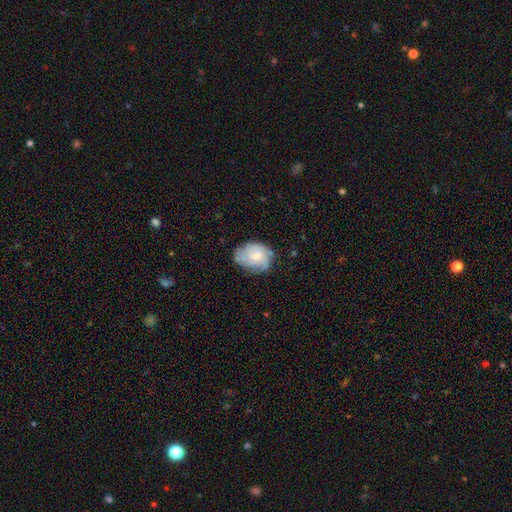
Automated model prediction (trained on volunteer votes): Q: Smooth or featured?
A: smooth (57%); runner-up: featured or disk (36%)
Q: How rounded?
A: in between (70%); runner-up: round (29%)
Q: Merging?
A: none (57%); runner-up: minor disturbance (31%)